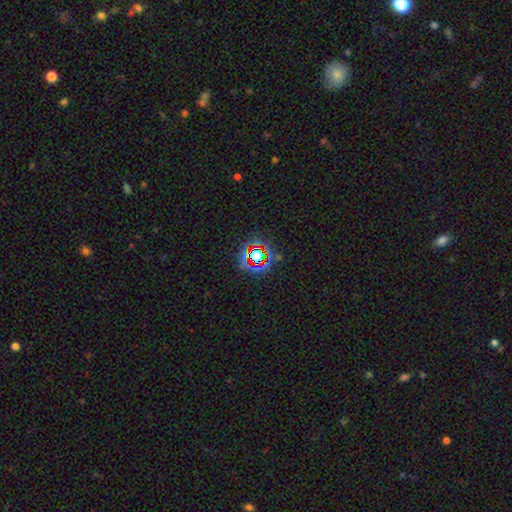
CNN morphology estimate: smooth_or_featured: star or artifact (p=0.73) [alt: smooth p=0.16]